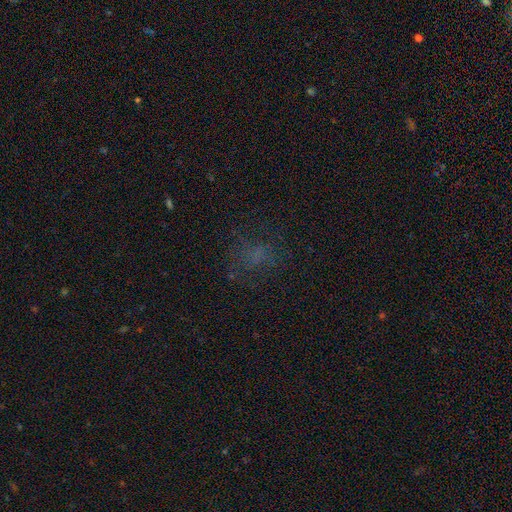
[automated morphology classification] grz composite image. It shows a smooth galaxy with no disk features (46%). Merging: none (64%).